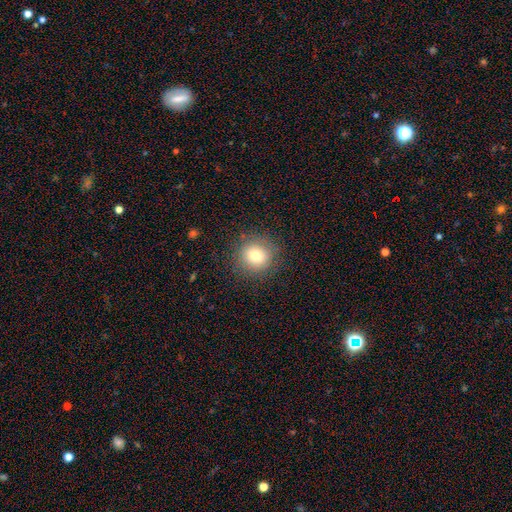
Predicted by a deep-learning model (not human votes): smooth 76%, star or artifact 12%, featured or disk 12%. Down the decision tree: how rounded — round (90%); merging — none (87%).